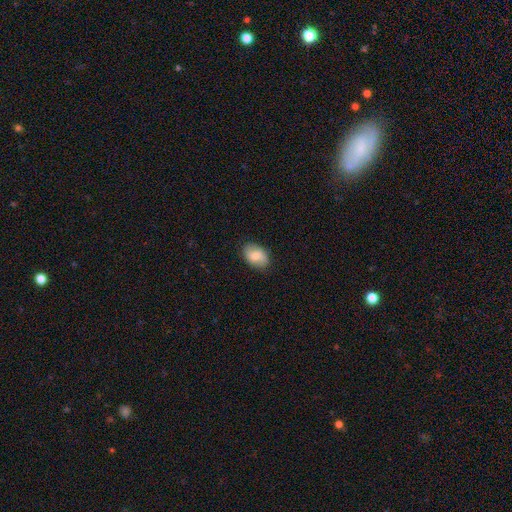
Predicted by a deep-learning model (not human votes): Smooth or featured?
  - smooth: 63% *
  - featured or disk: 29%
  - star or artifact: 7%
How rounded?
  - in between: 82% *
  - round: 16%
  - cigar-shaped: 1%
Merging?
  - none: 83% *
  - minor disturbance: 13%
  - major disturbance: 3%
  - merger: 1%